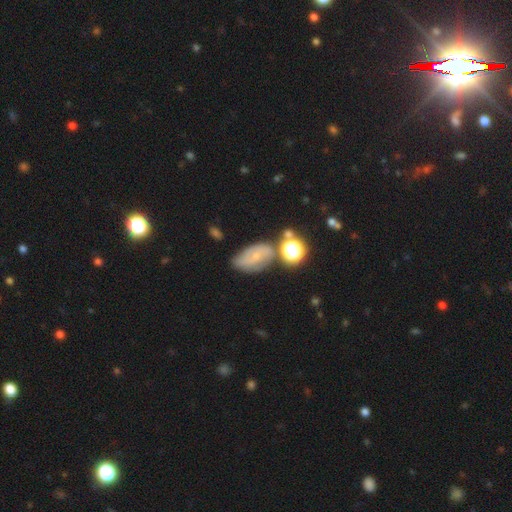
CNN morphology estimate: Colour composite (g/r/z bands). It shows a featured or disk galaxy (42%). Merging: none (56%).